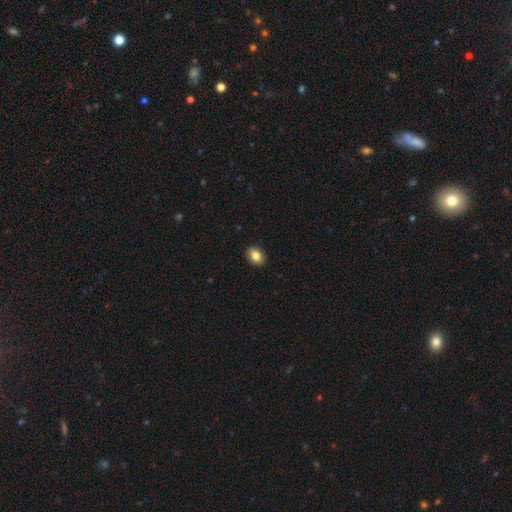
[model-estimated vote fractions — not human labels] Smooth or featured? Predicted: smooth (p=0.85). How rounded? Predicted: in between (p=0.69). Merging? Predicted: none (p=0.91).